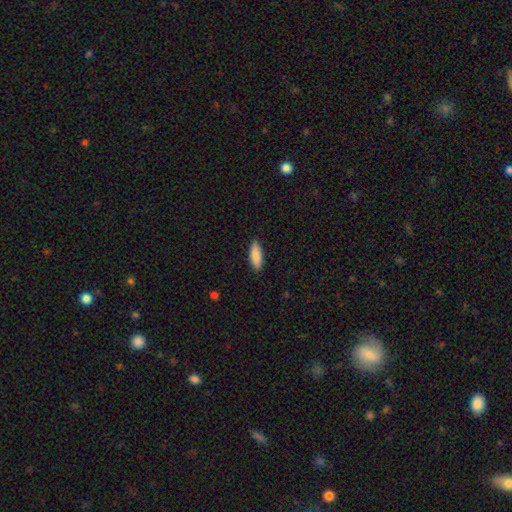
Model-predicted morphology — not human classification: Smooth or featured? Predicted: smooth (p=0.87). How rounded? Predicted: in between (p=0.60). Merging? Predicted: none (p=0.89).